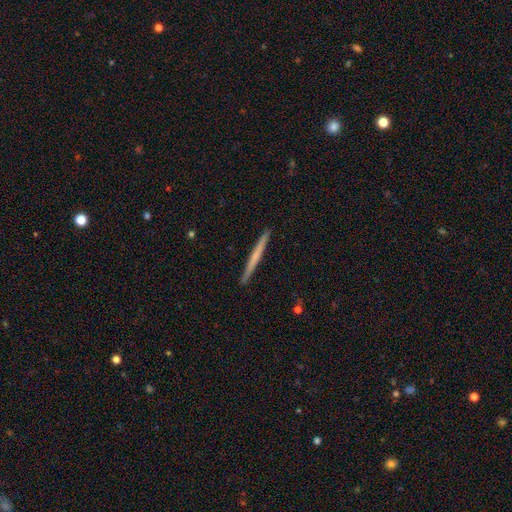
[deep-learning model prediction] Smooth or featured? smooth (49%)
Merging? none (93%)